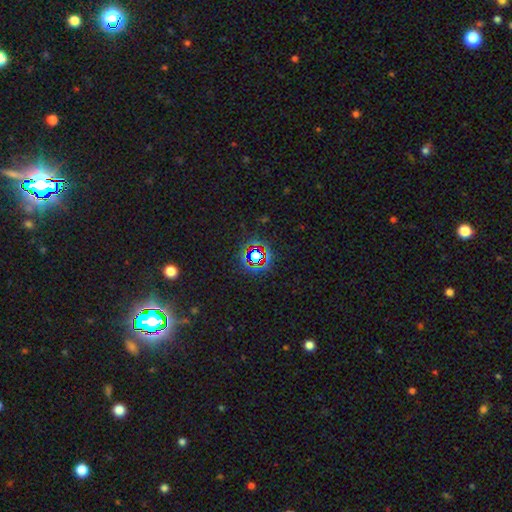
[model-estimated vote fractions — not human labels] This appears to be a star or artifact, not a galaxy (73%).